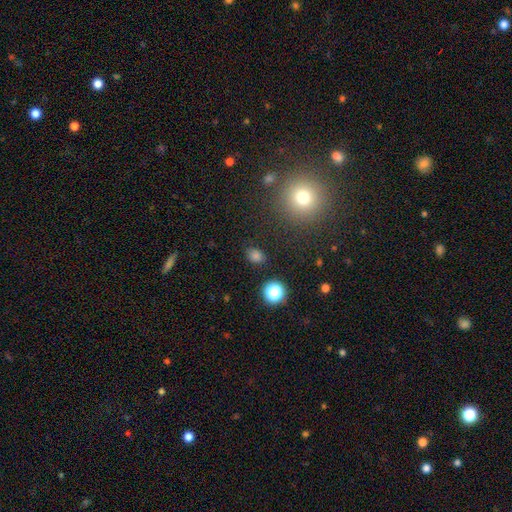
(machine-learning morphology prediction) type=smooth (76%); roundness=in between (57%); merging=none (82%).